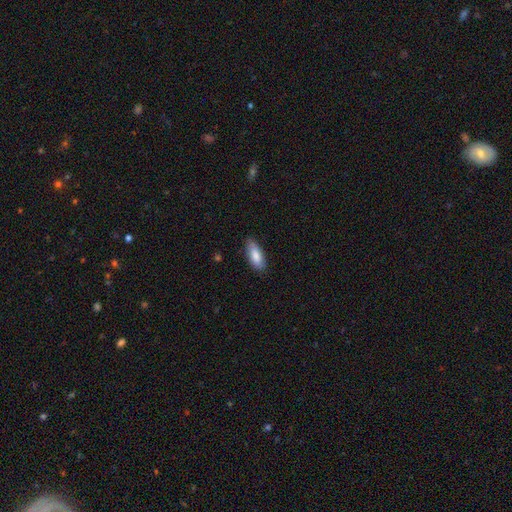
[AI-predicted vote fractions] A smooth galaxy with no disk features (83%) that is in between round and cigar-shaped (77%).

Vote fractions:
- Smooth or featured? smooth: 83% / featured or disk: 11% / star or artifact: 6%
- How rounded? in between: 77% / cigar-shaped: 21% / round: 2%
- Merging? none: 83% / minor disturbance: 13% / major disturbance: 2% / merger: 1%